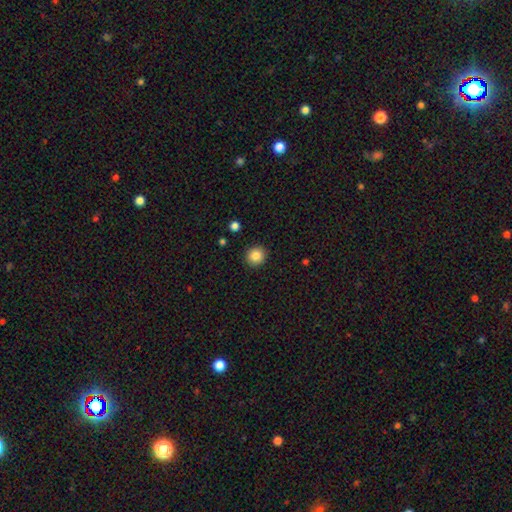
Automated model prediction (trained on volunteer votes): smooth_or_featured: smooth (p=0.86) [alt: star or artifact p=0.10]
how_rounded: round (p=0.92) [alt: in between p=0.07]
merging: none (p=0.92) [alt: minor disturbance p=0.05]